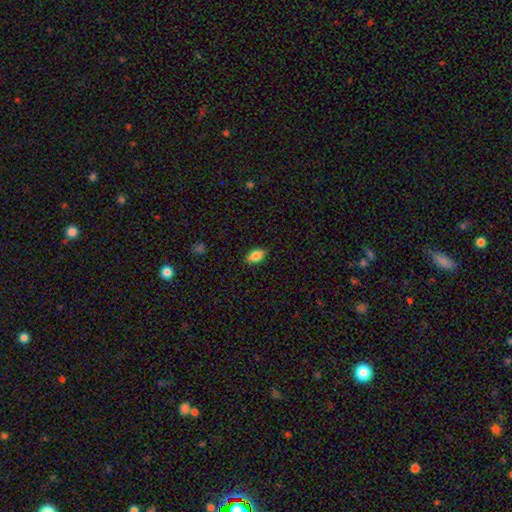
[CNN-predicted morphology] Smooth or featured? Predicted: smooth (p=0.85). How rounded? Predicted: in between (p=0.89). Merging? Predicted: none (p=0.85).